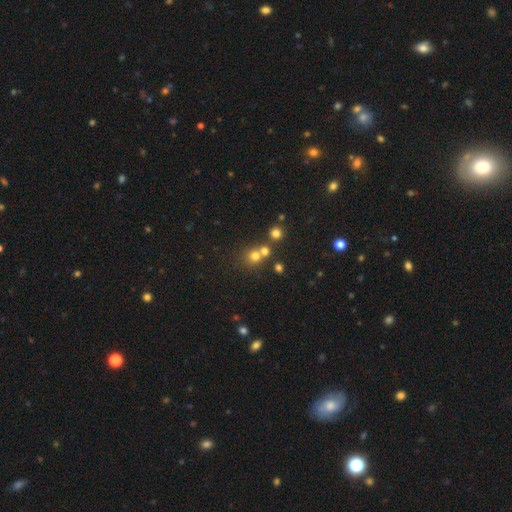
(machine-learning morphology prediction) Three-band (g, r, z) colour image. It shows a smooth galaxy with no disk features (70%) that is round (86%). Merging: none (53%).